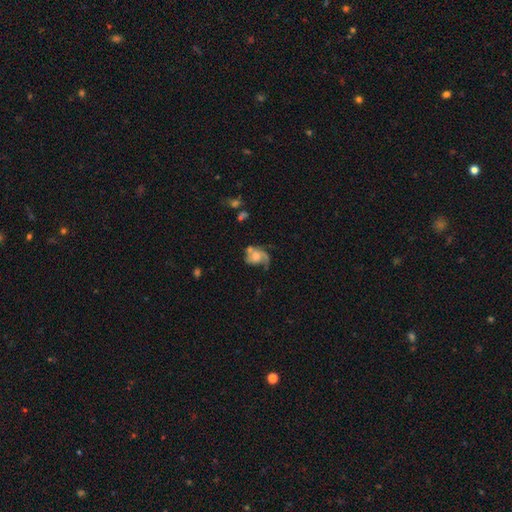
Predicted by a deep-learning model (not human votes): The model was most divided on "merging": none: 33%, major disturbance: 29%, minor disturbance: 23%, merger: 15%. Remaining: edge-on disk — no (97%); spiral arms — yes (80%); bar — no (75%); smooth or featured — featured or disk (58%); bulge size — moderate (42%).